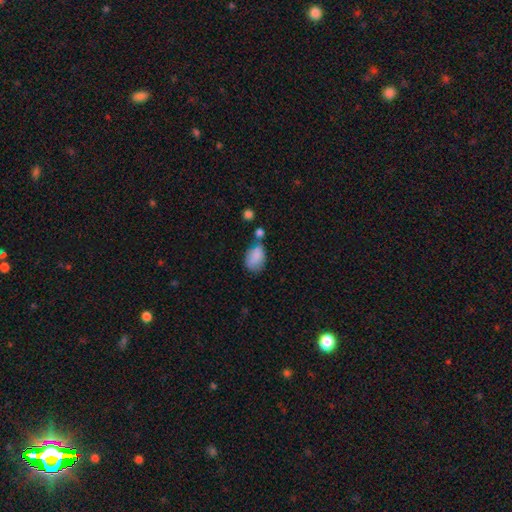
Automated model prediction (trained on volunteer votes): Smooth or featured? smooth (83%)
How rounded? in between (83%)
Merging? none (41%)